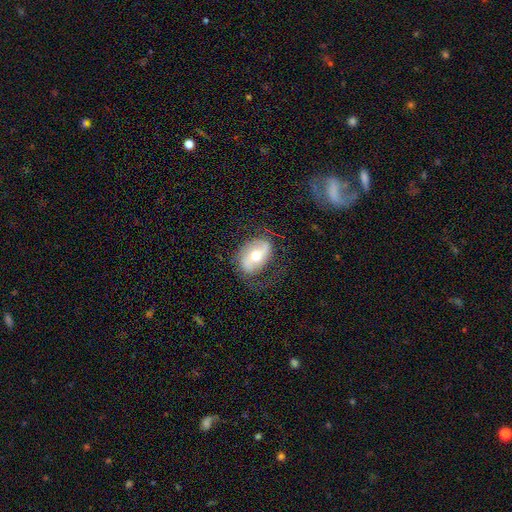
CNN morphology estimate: type=featured or disk (61%); edge-on=no (94%); bar=weak (37%); spiral arms=yes (76%); bulge=moderate (72%); merging=none (63%).